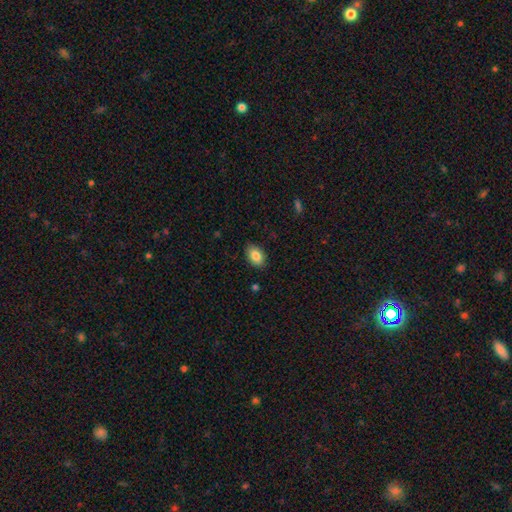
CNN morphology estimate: The model was most divided on "how rounded": in between: 88%, round: 11%, cigar-shaped: 1%. More confident: merging — none (87%); smooth or featured — smooth (85%).